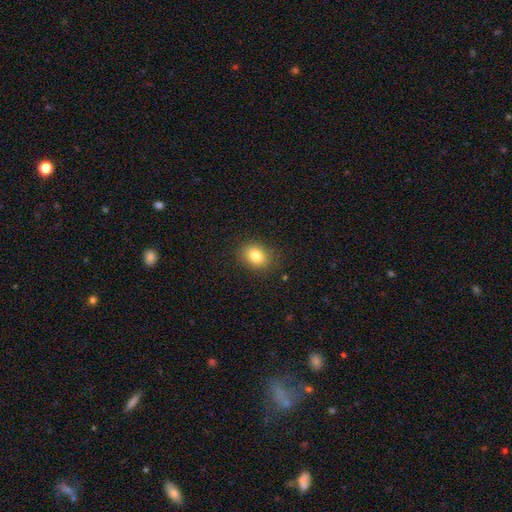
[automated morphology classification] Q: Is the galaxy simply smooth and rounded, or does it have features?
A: smooth — 82%.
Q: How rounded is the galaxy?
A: in between — 58%.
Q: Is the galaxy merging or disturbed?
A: none — 86%.